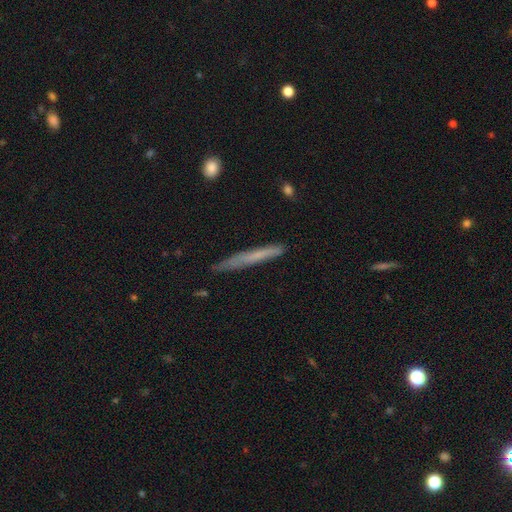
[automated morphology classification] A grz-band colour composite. It shows a smooth galaxy with no disk features (57%) that is cigar-shaped (96%). Merging: none (81%).